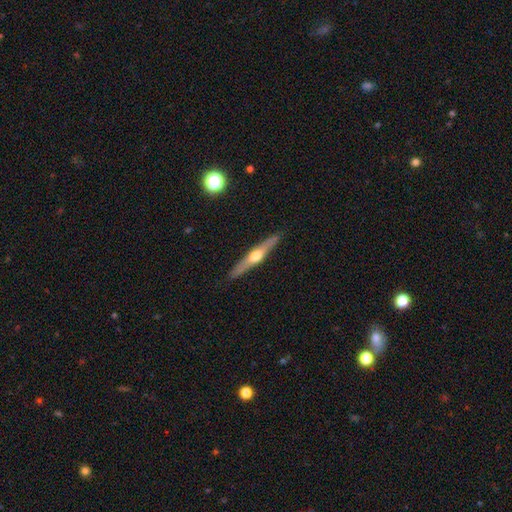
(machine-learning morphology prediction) smooth-or-featured: featured or disk: 67% | smooth: 28% | star or artifact: 5%
  disk-edge-on: yes: 96% | no: 4%
    edge-on-bulge: rounded: 92% | none: 5% | boxy: 3%
  merging: none: 90% | minor disturbance: 7% | major disturbance: 1% | merger: 1%